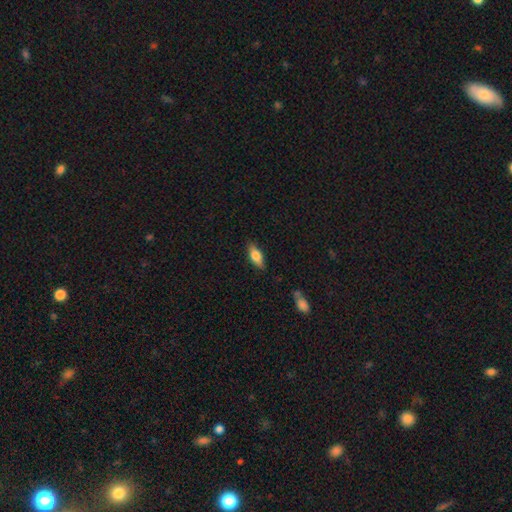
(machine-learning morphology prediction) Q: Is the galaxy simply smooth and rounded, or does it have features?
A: smooth — 71%.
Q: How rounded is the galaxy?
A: in between — 76%.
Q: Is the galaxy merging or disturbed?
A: none — 83%.